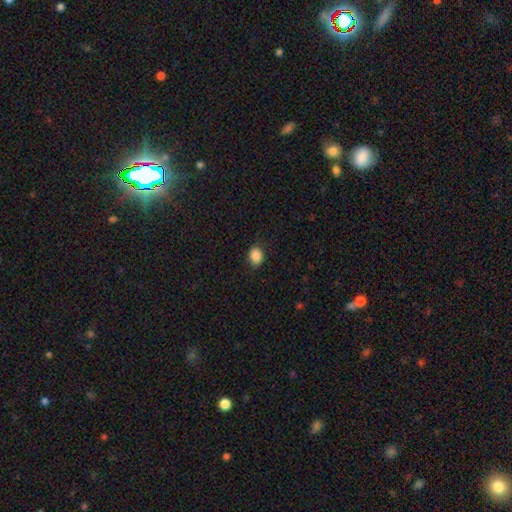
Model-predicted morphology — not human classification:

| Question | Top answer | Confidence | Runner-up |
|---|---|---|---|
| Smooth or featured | smooth | 88% | star or artifact (9%) |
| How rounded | in between | 51% | round (48%) |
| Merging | none | 86% | minor disturbance (11%) |